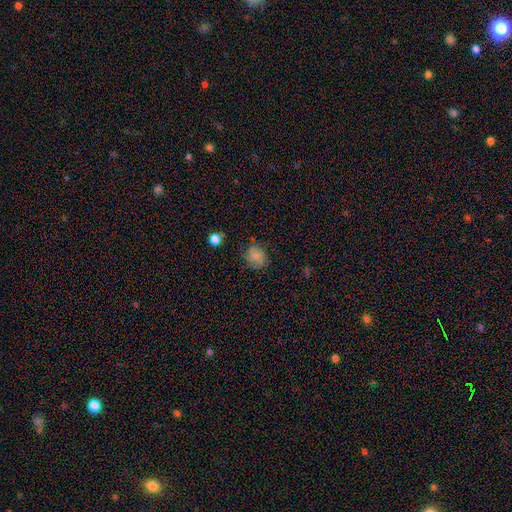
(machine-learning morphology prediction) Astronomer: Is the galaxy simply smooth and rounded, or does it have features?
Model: smooth — 74%.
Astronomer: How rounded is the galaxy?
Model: round — 60% (runner-up: in between, 39%).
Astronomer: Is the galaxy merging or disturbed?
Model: none — 67%.